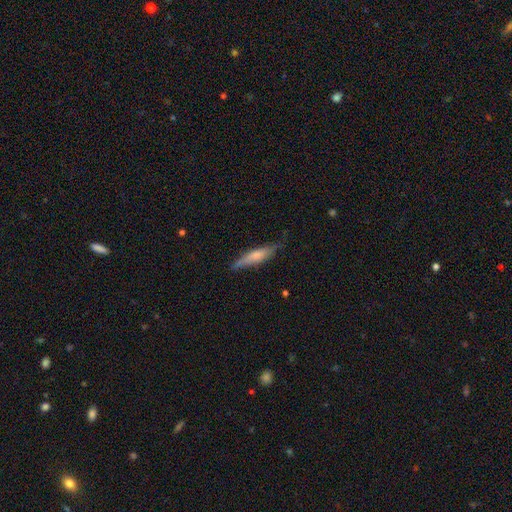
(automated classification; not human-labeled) Overall: smooth (62%; featured or disk 32%). How rounded: cigar-shaped (81%). Merging: none (76%).